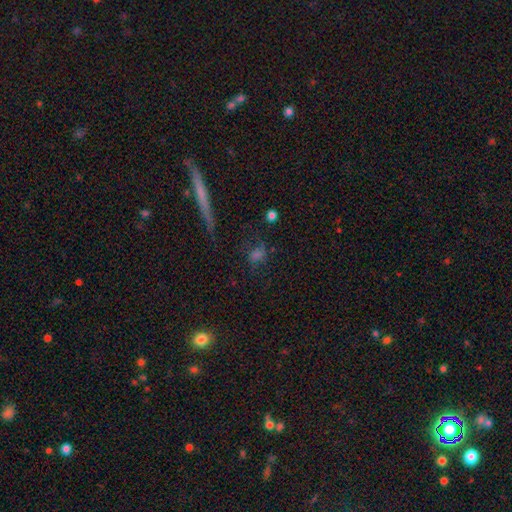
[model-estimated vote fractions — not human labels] A smooth galaxy with no disk features (49%).

Vote fractions:
- Smooth or featured? smooth: 49% / featured or disk: 26% / star or artifact: 25%
- Merging? none: 66% / minor disturbance: 17% / major disturbance: 12% / merger: 4%